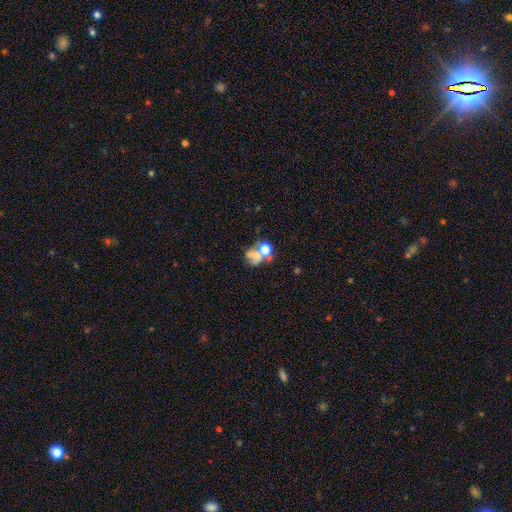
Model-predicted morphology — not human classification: The model was most divided on "how rounded": round: 53%, in between: 46%, cigar-shaped: 1%. More confident: merging — merger (52%); smooth or featured — smooth (51%).